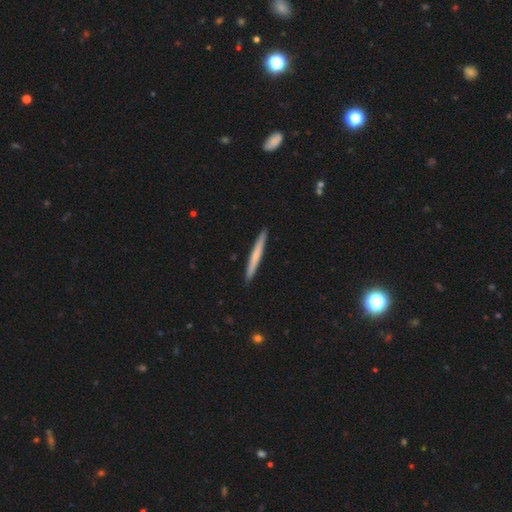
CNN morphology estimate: Smooth or featured?
  - smooth: 60% *
  - featured or disk: 35%
  - star or artifact: 5%
How rounded?
  - cigar-shaped: 97% *
  - in between: 2%
  - round: 1%
Merging?
  - none: 92% *
  - minor disturbance: 6%
  - major disturbance: 1%
  - merger: 1%